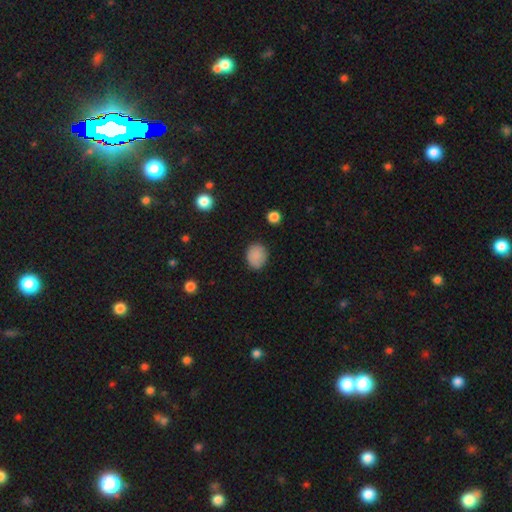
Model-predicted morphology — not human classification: Smooth or featured? smooth (87%)
How rounded? round (58%)
Merging? none (86%)